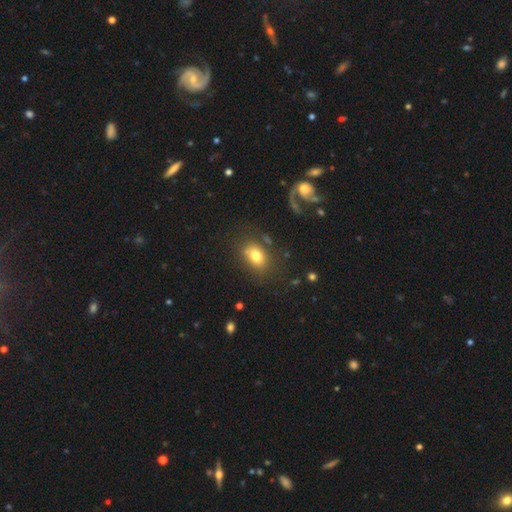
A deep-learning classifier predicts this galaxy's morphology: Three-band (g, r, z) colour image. It shows a smooth galaxy with no disk features (76%) that is in between round and cigar-shaped (66%). Merging: none (72%).